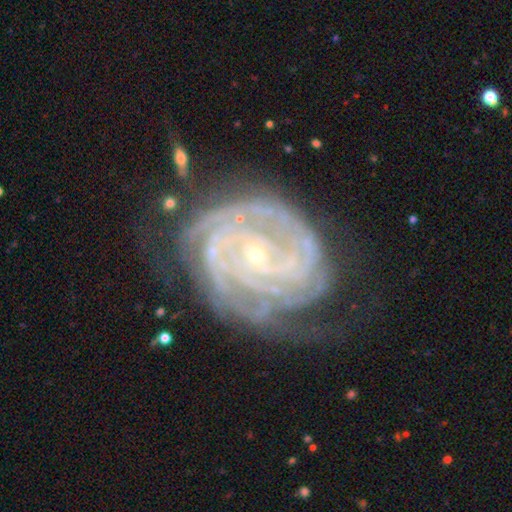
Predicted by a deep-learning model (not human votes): Morphology: type=featured or disk (90%); edge-on=no (97%); bar=no (61%); spiral arms=yes (98%); winding=tight (78%); arm count=can't tell (24%); bulge=small (85%); merging=none (61%).